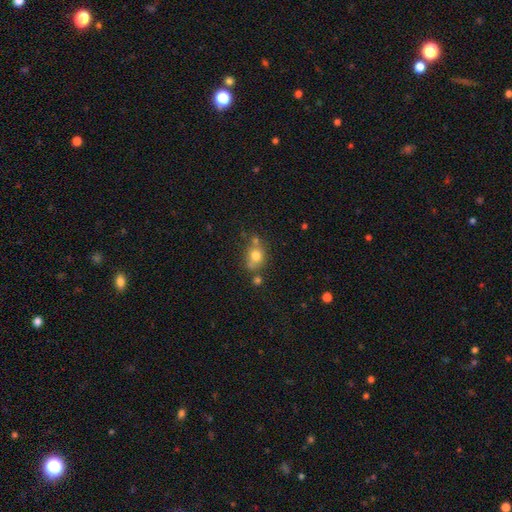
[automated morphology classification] A smooth galaxy with no disk features (74%) that is round (57%).

Vote fractions:
- Smooth or featured? smooth: 74% / featured or disk: 14% / star or artifact: 12%
- How rounded? round: 57% / in between: 42% / cigar-shaped: 2%
- Merging? none: 56% / merger: 20% / minor disturbance: 17% / major disturbance: 6%